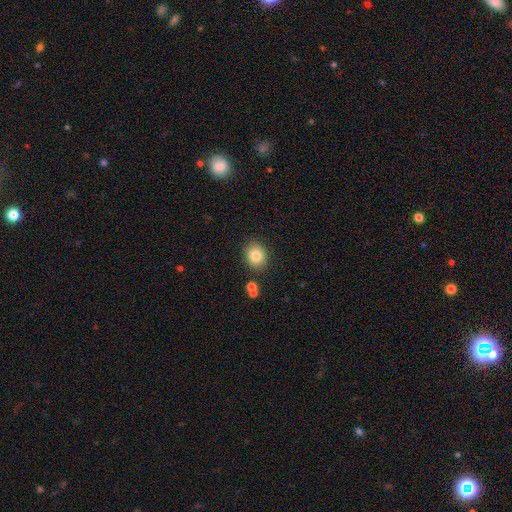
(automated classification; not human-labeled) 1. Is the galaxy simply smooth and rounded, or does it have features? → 83% smooth, 10% star or artifact, 7% featured or disk.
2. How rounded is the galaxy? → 55% round, 45% in between, 1% cigar-shaped.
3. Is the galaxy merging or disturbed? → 83% none, 10% minor disturbance, 4% merger, 3% major disturbance.